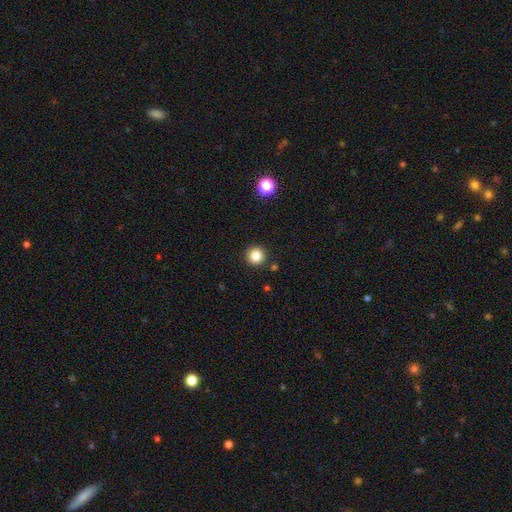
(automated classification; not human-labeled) Smooth or featured? Predicted: smooth (p=0.84). How rounded? Predicted: round (p=0.95). Merging? Predicted: none (p=0.91).